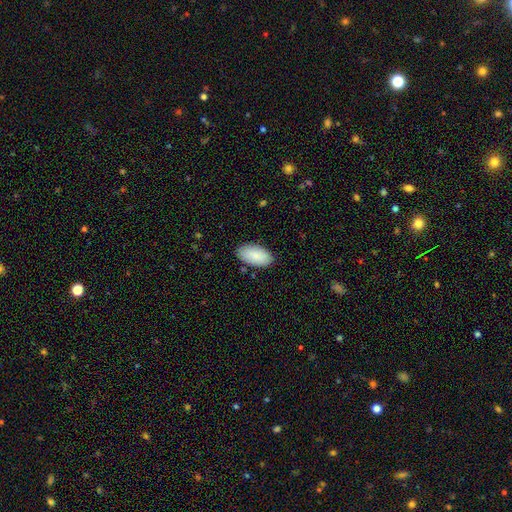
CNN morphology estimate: smooth-or-featured: smooth: 88% | star or artifact: 6% | featured or disk: 6%
  how-rounded: in between: 95% | cigar-shaped: 3% | round: 2%
  merging: none: 86% | minor disturbance: 11% | major disturbance: 2% | merger: 1%